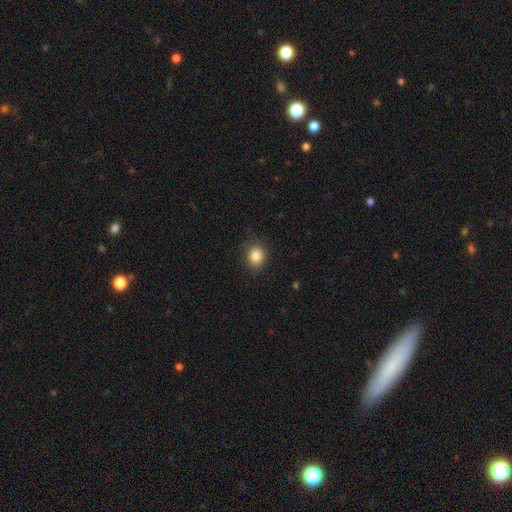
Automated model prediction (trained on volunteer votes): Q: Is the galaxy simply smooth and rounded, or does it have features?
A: smooth — 86%.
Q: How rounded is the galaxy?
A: round — 58%.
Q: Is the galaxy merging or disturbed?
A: none — 84%.